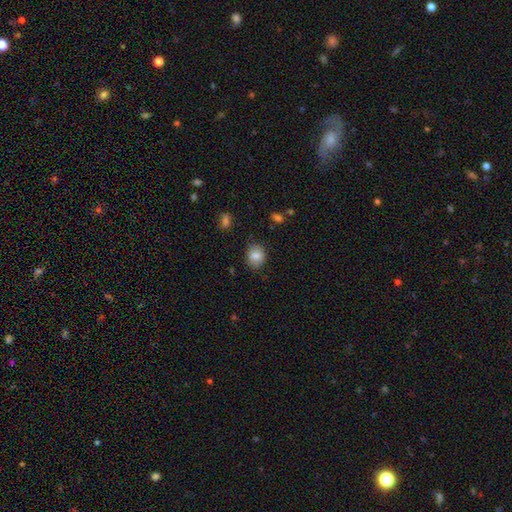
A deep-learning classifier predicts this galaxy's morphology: Smooth or featured: smooth — 81% (featured or disk — 10%)
How rounded: round — 56% (in between — 43%)
Merging: none — 84% (minor disturbance — 12%)